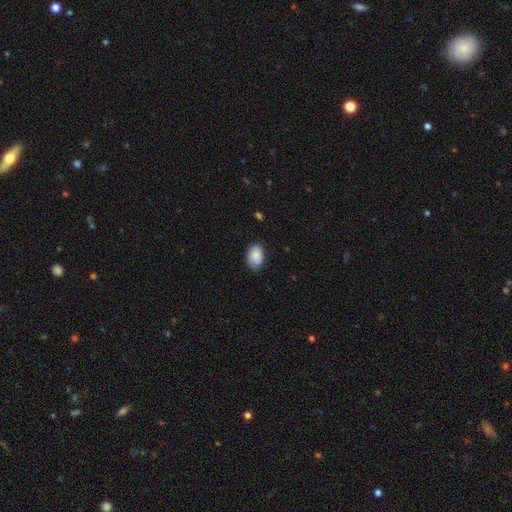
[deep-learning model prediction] Smooth or featured: smooth — 83% (featured or disk — 10%)
How rounded: in between — 82% (round — 17%)
Merging: none — 76% (minor disturbance — 19%)